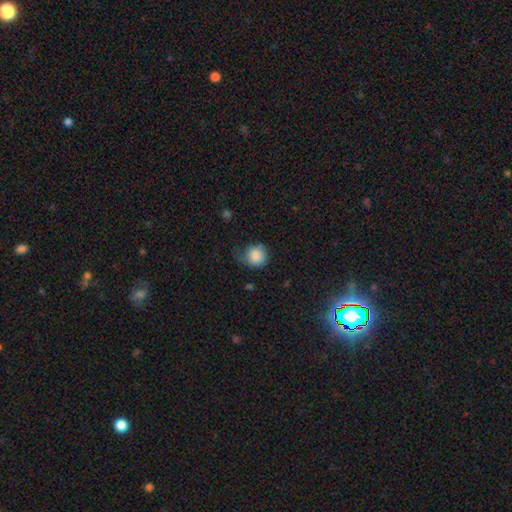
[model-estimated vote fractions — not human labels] The model was most divided on "merging": none: 44%, minor disturbance: 36%, major disturbance: 17%, merger: 2%. More confident: smooth or featured — smooth (84%); how rounded — round (81%).